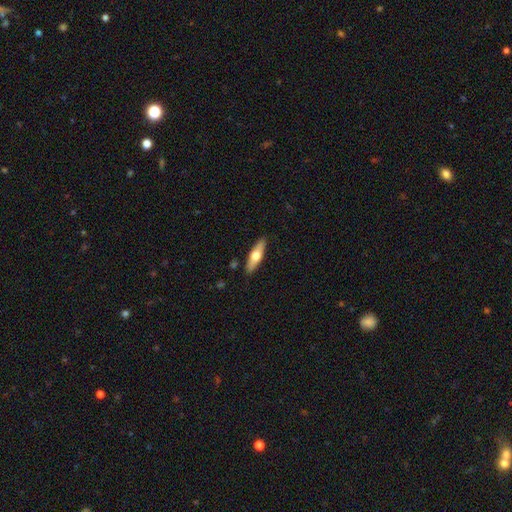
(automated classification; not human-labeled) A smooth galaxy with no disk features (52%) that is cigar-shaped (57%). Merging: none (89%).